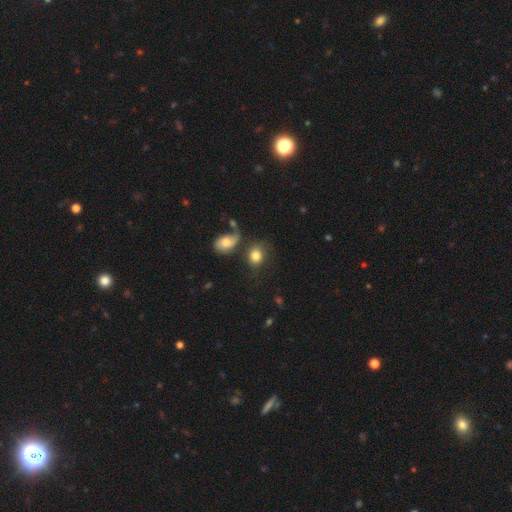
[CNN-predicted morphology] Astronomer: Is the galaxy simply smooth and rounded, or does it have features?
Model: smooth — 79%.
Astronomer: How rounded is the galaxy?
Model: round — 58% (runner-up: in between, 40%).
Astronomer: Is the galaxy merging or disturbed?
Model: none — 51%.